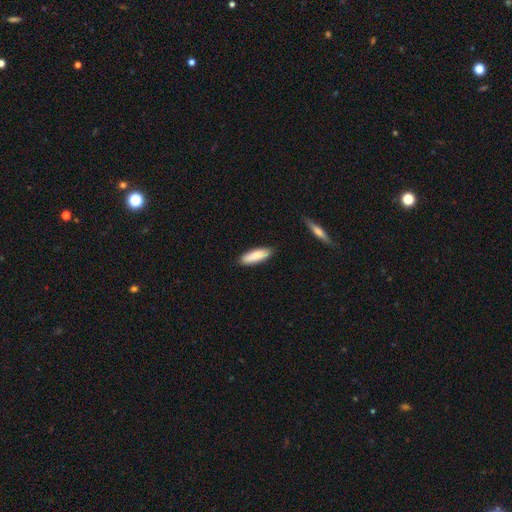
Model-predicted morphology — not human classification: smooth-or-featured: smooth: 84% | featured or disk: 10% | star or artifact: 6%
  how-rounded: in between: 50% | cigar-shaped: 49% | round: 1%
  merging: none: 86% | minor disturbance: 10% | major disturbance: 2% | merger: 1%